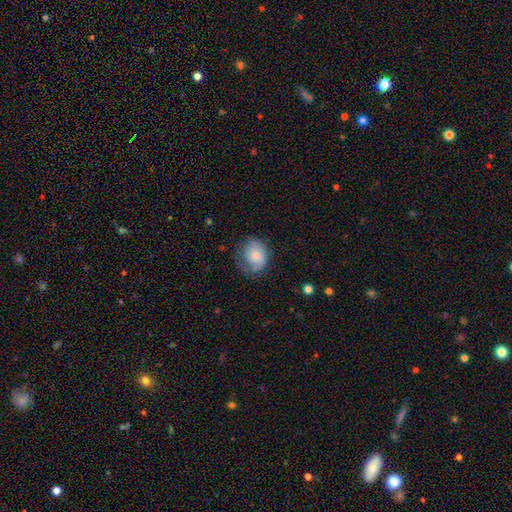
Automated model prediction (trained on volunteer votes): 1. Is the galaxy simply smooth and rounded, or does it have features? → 60% smooth, 33% featured or disk, 7% star or artifact.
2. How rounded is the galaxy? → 61% round, 38% in between, 1% cigar-shaped.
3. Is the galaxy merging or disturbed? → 50% none, 28% minor disturbance, 20% major disturbance, 2% merger.